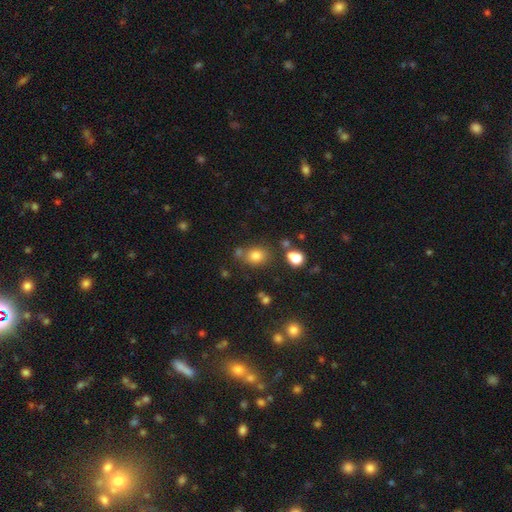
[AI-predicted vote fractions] smooth_or_featured: smooth (p=0.78) [alt: star or artifact p=0.14]
how_rounded: round (p=0.57) [alt: in between p=0.42]
merging: none (p=0.71) [alt: minor disturbance p=0.13]